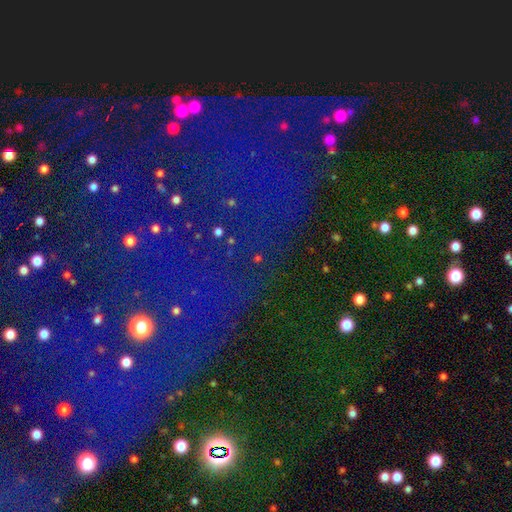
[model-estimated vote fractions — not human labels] smooth_or_featured: star or artifact (p=0.81) [alt: smooth p=0.11]